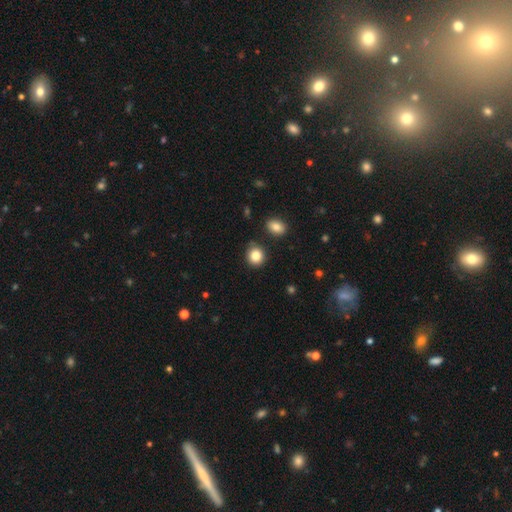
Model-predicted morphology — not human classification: The model was most divided on "how rounded": round: 81%, in between: 18%, cigar-shaped: 1%. More confident: smooth or featured — smooth (85%); merging — none (84%).